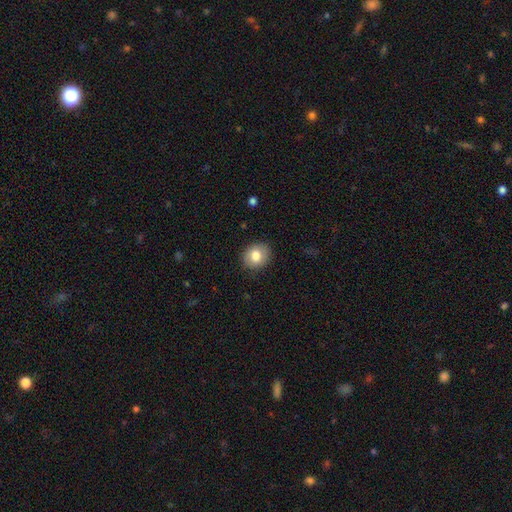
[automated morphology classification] A smooth galaxy with no disk features (80%) that is round (63%). Merging: none (87%).